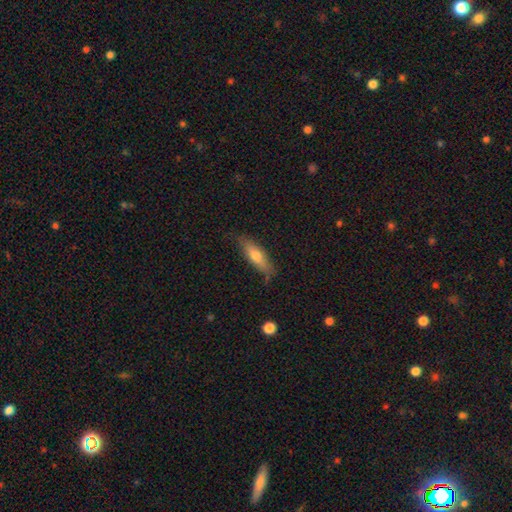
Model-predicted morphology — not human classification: Overall: smooth (63%; featured or disk 30%). How rounded: cigar-shaped (66%; in between 32%). Merging: none (78%).